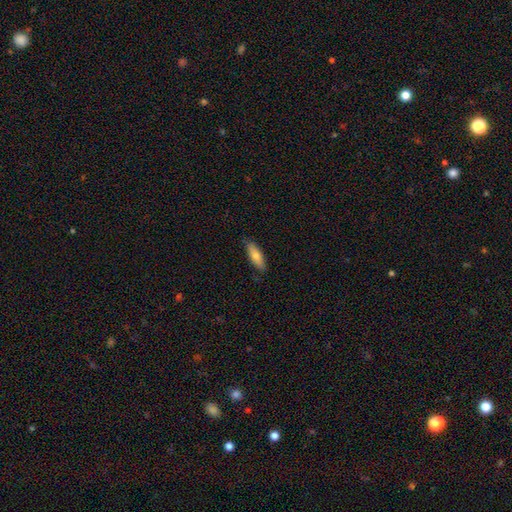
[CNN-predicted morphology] Smooth or featured: smooth — 75% (featured or disk — 19%)
How rounded: in between — 56% (cigar-shaped — 42%)
Merging: none — 83% (minor disturbance — 14%)